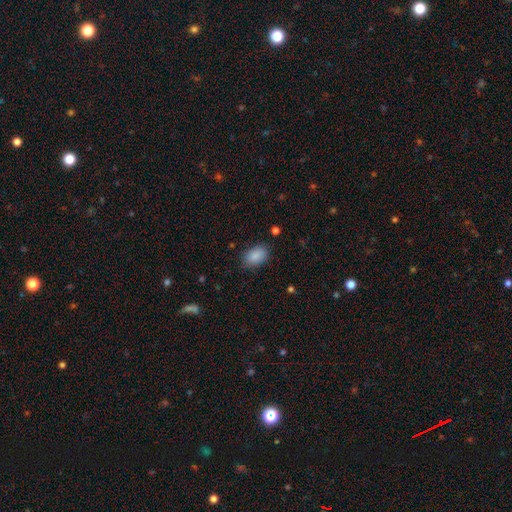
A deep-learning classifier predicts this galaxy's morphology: A smooth galaxy with no disk features (88%) that is in between round and cigar-shaped (89%).

Vote fractions:
- Smooth or featured? smooth: 88% / star or artifact: 7% / featured or disk: 5%
- How rounded? in between: 89% / round: 10% / cigar-shaped: 1%
- Merging? none: 82% / minor disturbance: 14% / major disturbance: 3% / merger: 1%